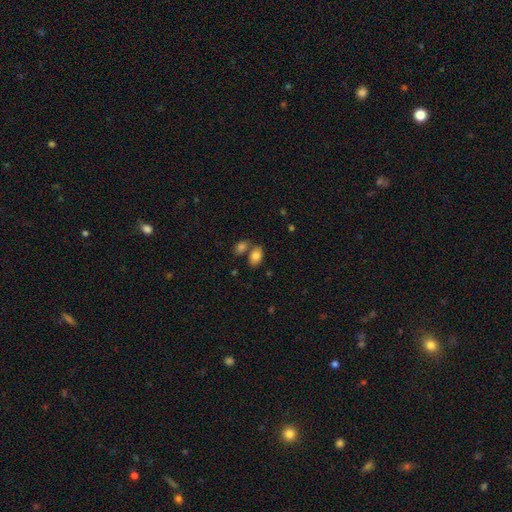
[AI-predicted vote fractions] The model was most divided on "merging": none: 54%, merger: 30%, minor disturbance: 12%, major disturbance: 4%. More confident: how rounded — in between (87%); smooth or featured — smooth (82%).